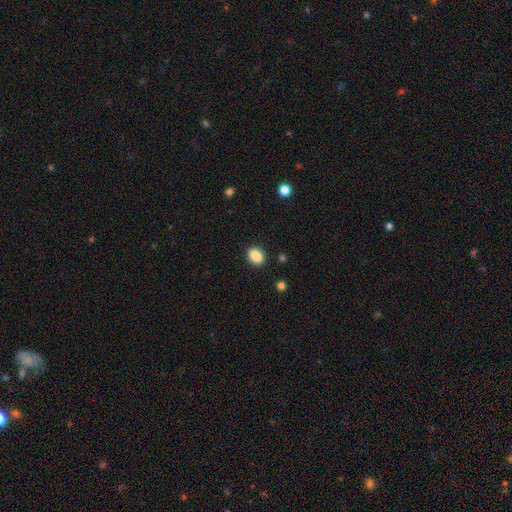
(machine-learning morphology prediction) Smooth or featured? smooth (88%)
How rounded? in between (66%)
Merging? none (88%)